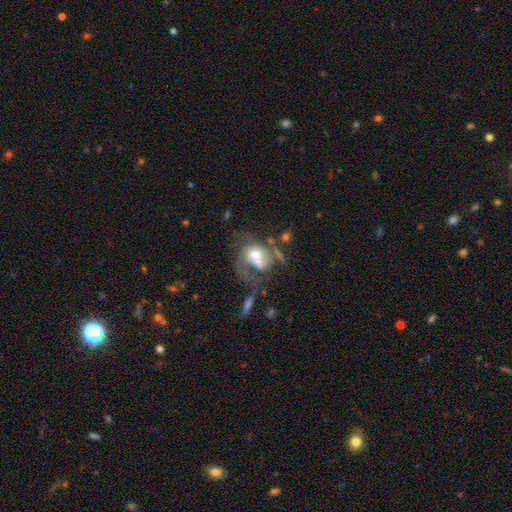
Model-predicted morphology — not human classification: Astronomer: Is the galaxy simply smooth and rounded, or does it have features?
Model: featured or disk — 58%.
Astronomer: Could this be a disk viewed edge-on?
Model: no — 96%.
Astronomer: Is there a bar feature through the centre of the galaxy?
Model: no — 66%.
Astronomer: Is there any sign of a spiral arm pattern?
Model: yes — 64%.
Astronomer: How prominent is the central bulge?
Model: moderate — 60%.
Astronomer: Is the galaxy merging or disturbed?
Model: major disturbance — 36% (runner-up: merger, 30%).